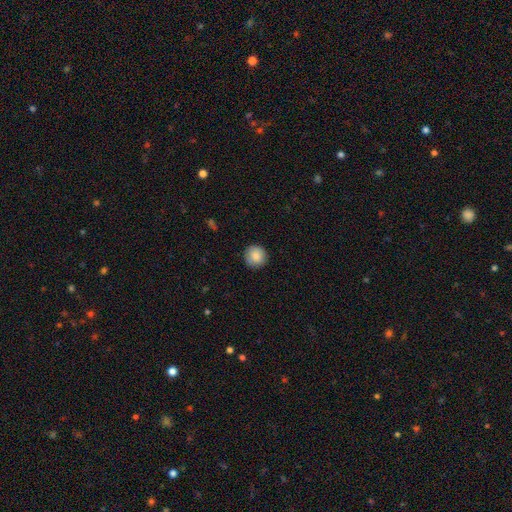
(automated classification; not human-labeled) smooth 86%, star or artifact 8%, featured or disk 6%. Down the decision tree: how rounded — round (94%); merging — none (90%).